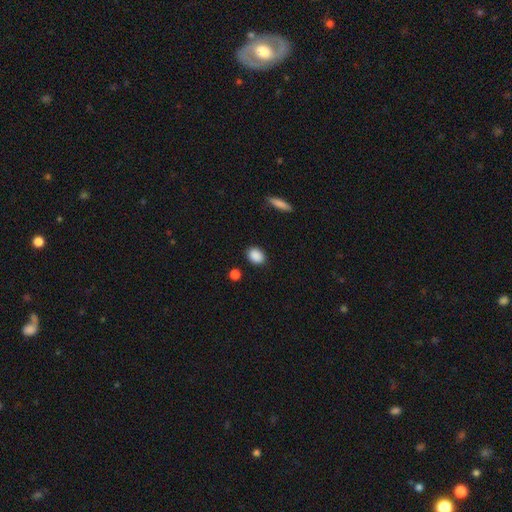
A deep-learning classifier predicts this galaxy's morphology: smooth_or_featured: smooth (p=0.89) [alt: star or artifact p=0.08]
how_rounded: in between (p=0.58) [alt: round p=0.40]
merging: none (p=0.87) [alt: minor disturbance p=0.08]